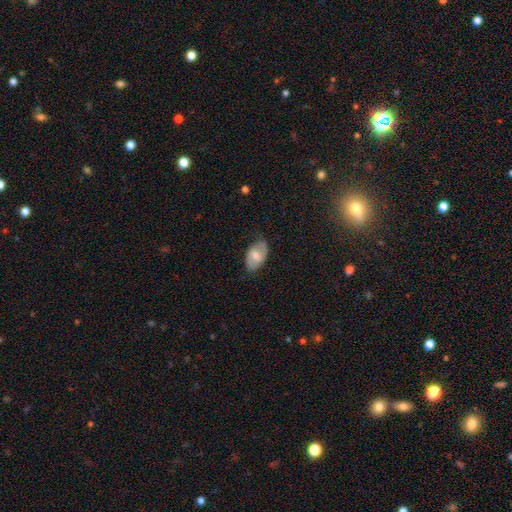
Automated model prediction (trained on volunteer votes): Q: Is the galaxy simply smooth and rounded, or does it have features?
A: smooth — 57%.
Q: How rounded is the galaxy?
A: in between — 92%.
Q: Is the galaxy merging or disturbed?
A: none — 70%.